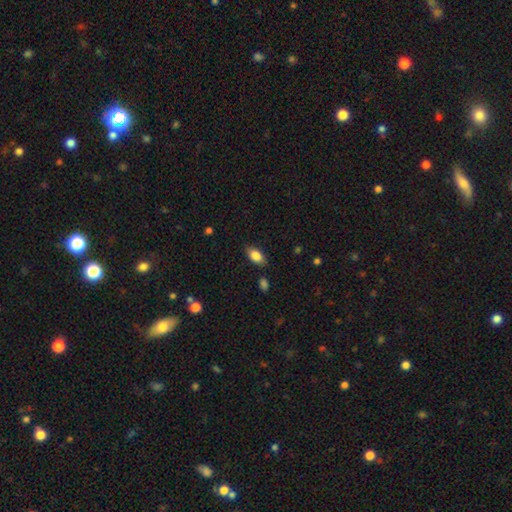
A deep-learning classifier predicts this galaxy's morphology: Smooth or featured?
  - smooth: 83% *
  - featured or disk: 10%
  - star or artifact: 8%
How rounded?
  - in between: 89% *
  - cigar-shaped: 5%
  - round: 5%
Merging?
  - none: 84% *
  - minor disturbance: 12%
  - major disturbance: 3%
  - merger: 2%